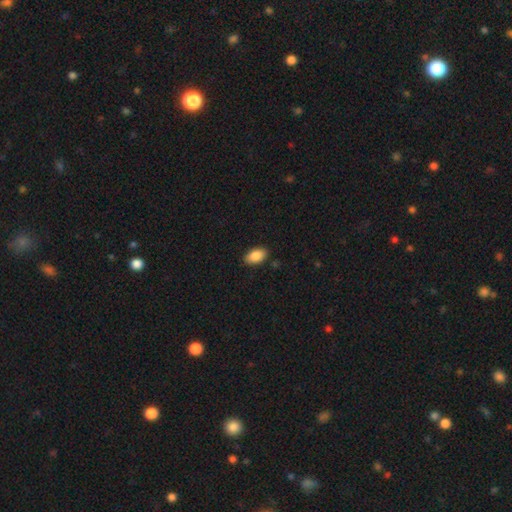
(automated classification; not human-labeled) Smooth or featured?
  - smooth: 88% *
  - star or artifact: 7%
  - featured or disk: 5%
How rounded?
  - in between: 94% *
  - round: 5%
  - cigar-shaped: 2%
Merging?
  - none: 87% *
  - minor disturbance: 10%
  - major disturbance: 2%
  - merger: 1%